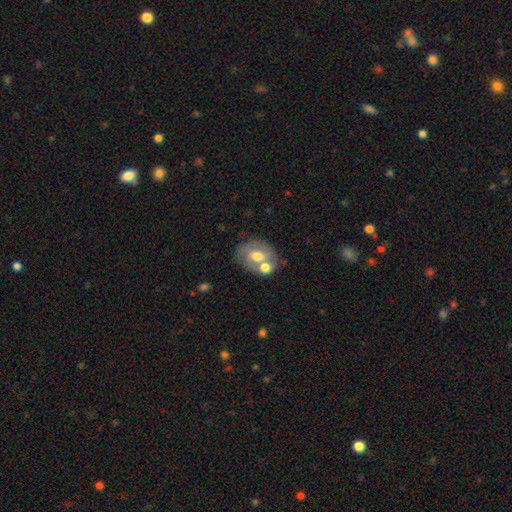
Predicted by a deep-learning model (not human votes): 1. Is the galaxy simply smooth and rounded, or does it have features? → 48% smooth, 41% featured or disk, 11% star or artifact.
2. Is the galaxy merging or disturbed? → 55% none, 26% merger, 15% minor disturbance, 5% major disturbance.